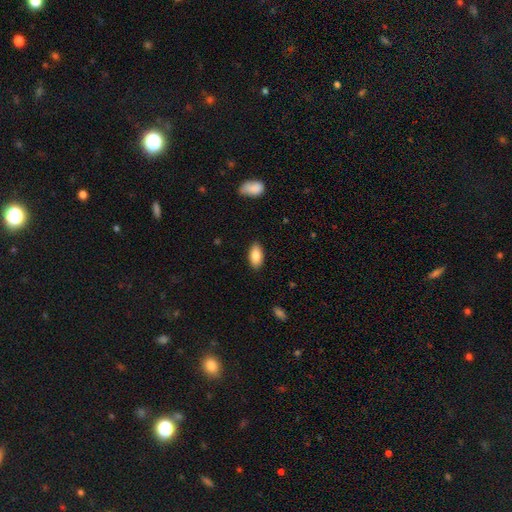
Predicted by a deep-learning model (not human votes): Smooth or featured?
  - smooth: 87% *
  - star or artifact: 7%
  - featured or disk: 6%
How rounded?
  - in between: 93% *
  - cigar-shaped: 5%
  - round: 3%
Merging?
  - none: 87% *
  - minor disturbance: 10%
  - major disturbance: 2%
  - merger: 1%